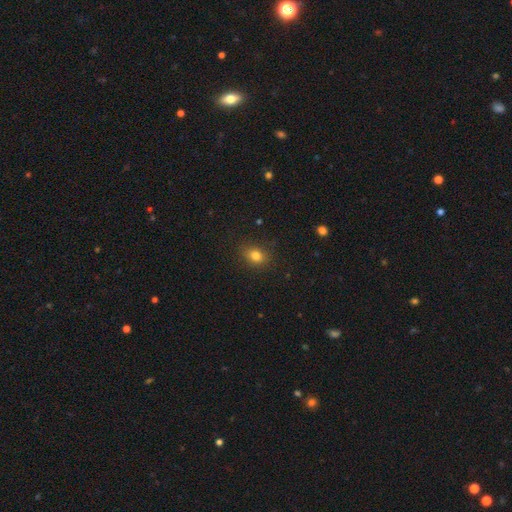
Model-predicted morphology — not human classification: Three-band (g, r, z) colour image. It shows a smooth galaxy with no disk features (80%) that is in between round and cigar-shaped (52%). Merging: none (85%).